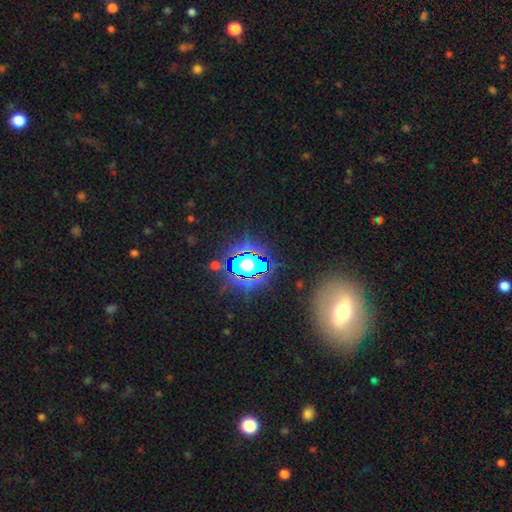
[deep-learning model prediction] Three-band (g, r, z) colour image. It shows a star or artifact, not a galaxy (60%).